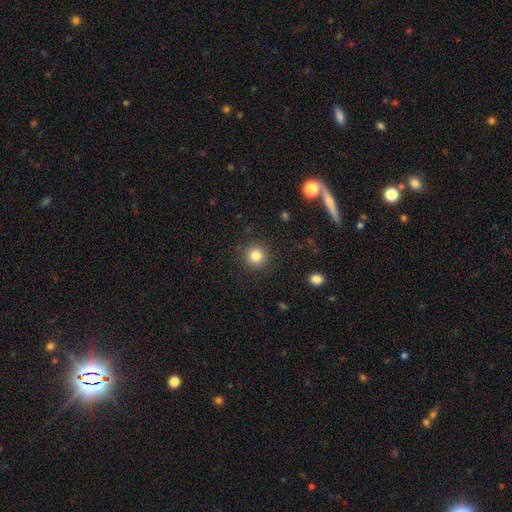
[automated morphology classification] The model was most divided on "smooth or featured": smooth: 83%, star or artifact: 11%, featured or disk: 6%. More confident: how rounded — round (94%); merging — none (90%).